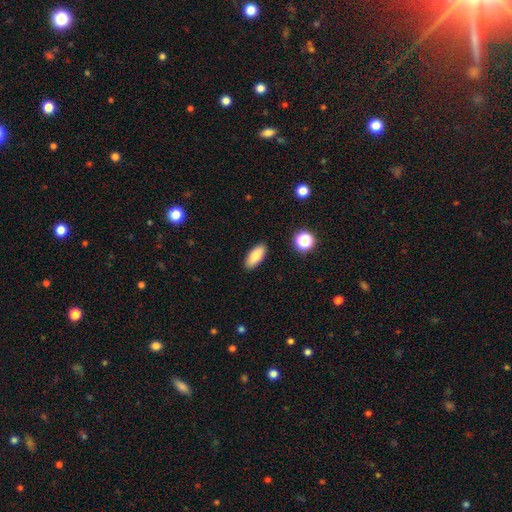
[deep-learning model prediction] Smooth or featured?
  - smooth: 85% *
  - star or artifact: 8%
  - featured or disk: 7%
How rounded?
  - in between: 82% *
  - cigar-shaped: 15%
  - round: 3%
Merging?
  - none: 89% *
  - minor disturbance: 7%
  - major disturbance: 2%
  - merger: 1%